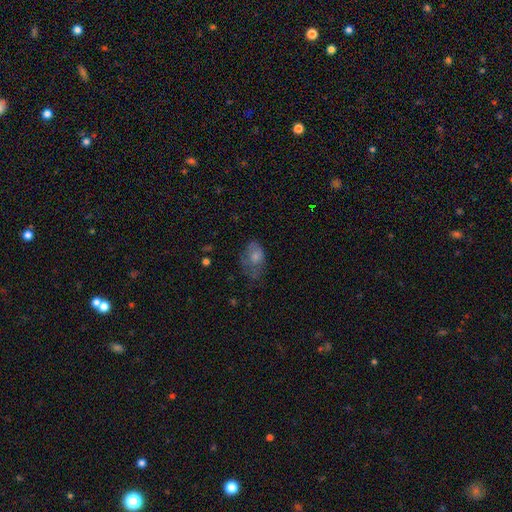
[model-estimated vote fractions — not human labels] Smooth or featured? smooth (55%)
How rounded? in between (78%)
Merging? none (47%)